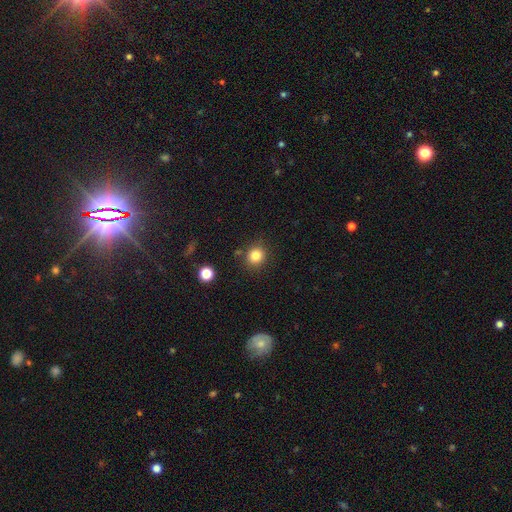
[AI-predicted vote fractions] Morphology: type=smooth (83%); roundness=round (86%); merging=none (84%).